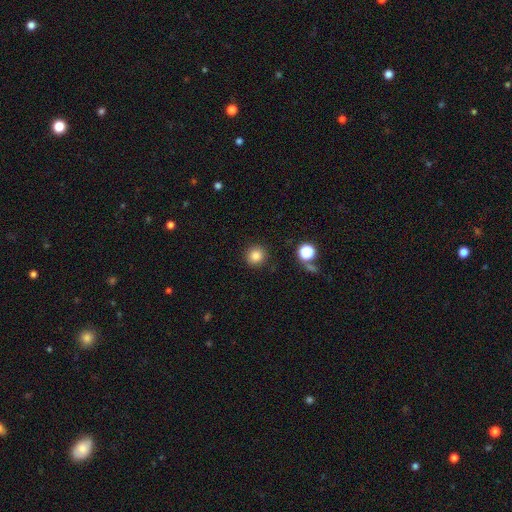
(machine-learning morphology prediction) Smooth or featured? smooth (84%)
How rounded? round (93%)
Merging? none (89%)